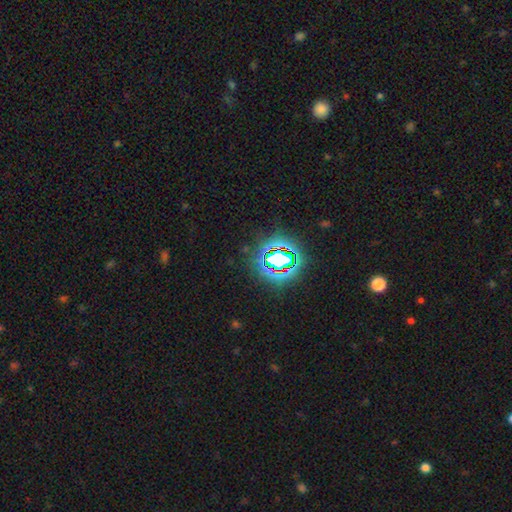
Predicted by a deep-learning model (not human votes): A star or artifact, not a galaxy (80%).